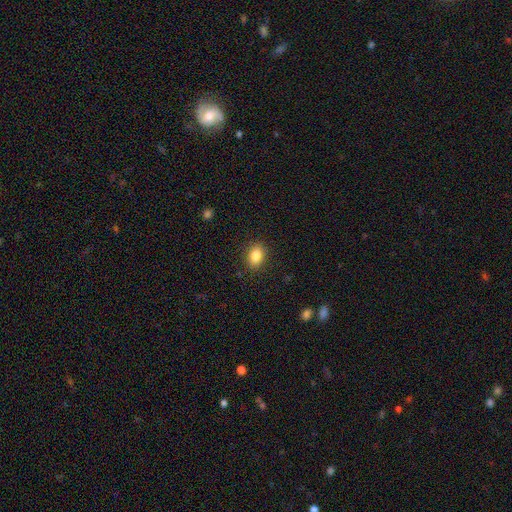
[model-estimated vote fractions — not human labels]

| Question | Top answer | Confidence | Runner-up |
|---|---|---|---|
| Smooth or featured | smooth | 85% | star or artifact (9%) |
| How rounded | in between | 75% | round (24%) |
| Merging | none | 89% | minor disturbance (8%) |